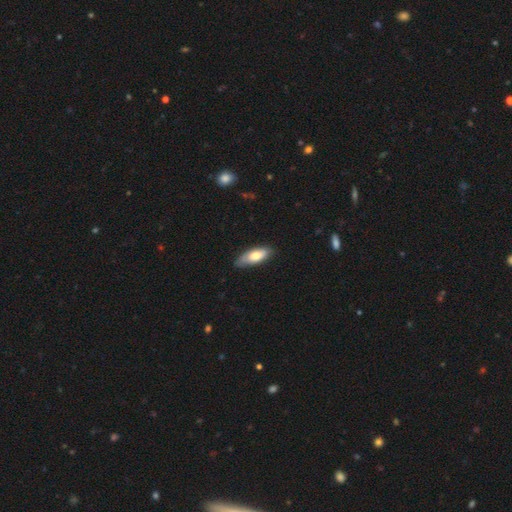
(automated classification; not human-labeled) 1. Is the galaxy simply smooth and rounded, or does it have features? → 70% smooth, 24% featured or disk, 6% star or artifact.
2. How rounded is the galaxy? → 73% in between, 25% cigar-shaped, 2% round.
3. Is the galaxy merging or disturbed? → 78% none, 18% minor disturbance, 3% major disturbance, 1% merger.